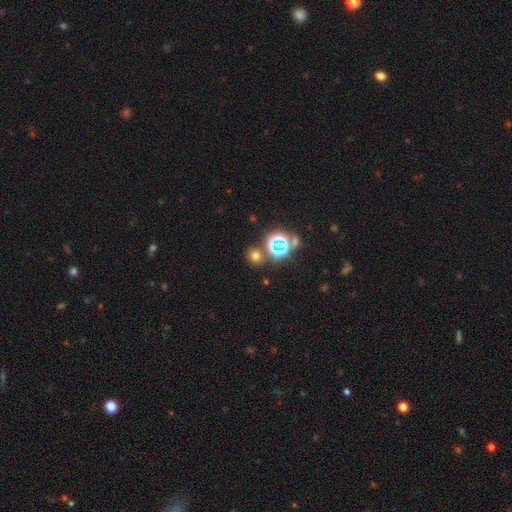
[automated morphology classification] Smooth or featured? Predicted: smooth (p=0.61). How rounded? Predicted: round (p=0.82). Merging? Predicted: none (p=0.80).